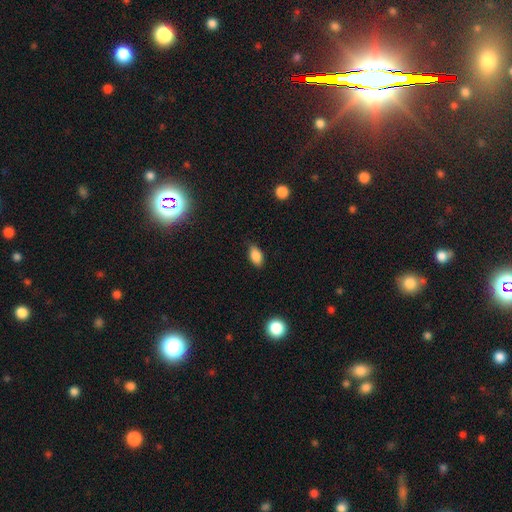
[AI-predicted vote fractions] A smooth galaxy with no disk features (86%) that is in between round and cigar-shaped (90%). Merging: none (82%).